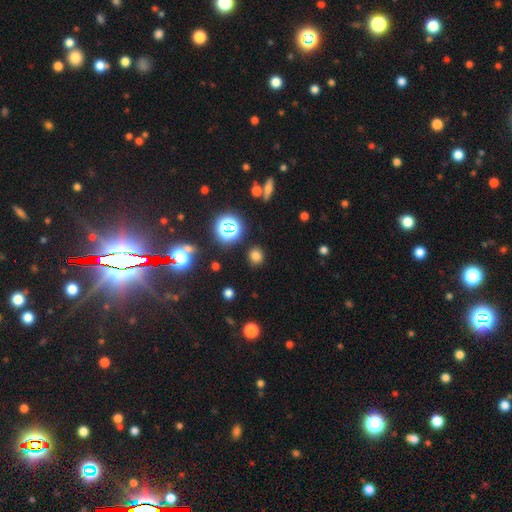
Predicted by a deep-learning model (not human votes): This appears to be a smooth galaxy with no disk features (71%) that is round (82%). Merging: none (87%).